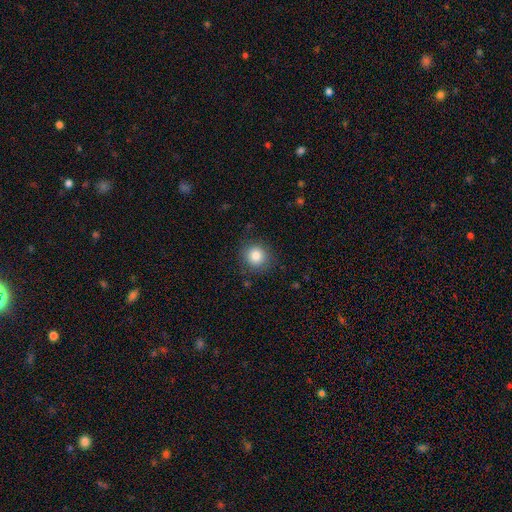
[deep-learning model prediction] Overall: smooth (83%). How rounded: round (91%). Merging: none (87%).